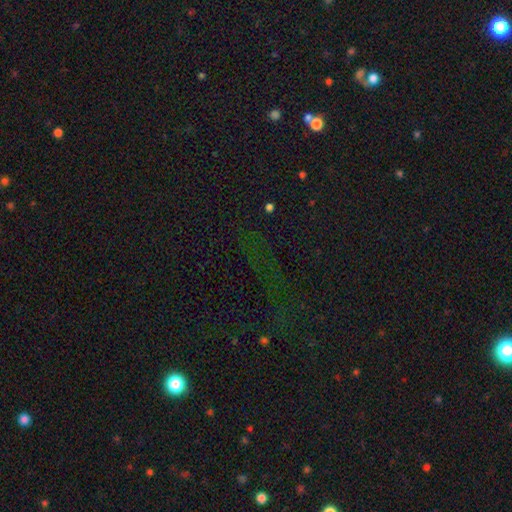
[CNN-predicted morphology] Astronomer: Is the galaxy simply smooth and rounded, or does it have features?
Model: star or artifact — 69%.